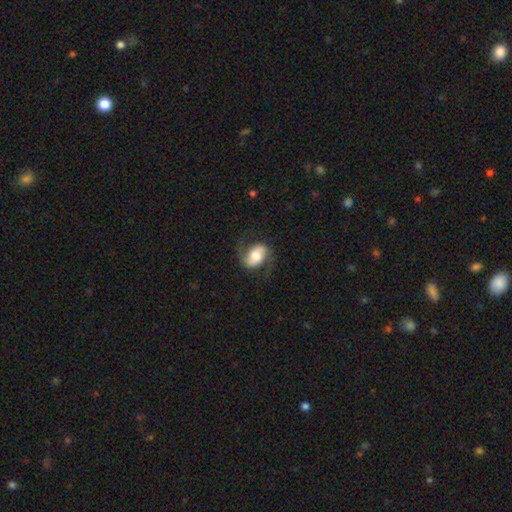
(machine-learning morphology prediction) A featured or disk galaxy (61%) with no bar (44%), 2 (87%) loose (48%) spiral arms (90%) and a moderate central bulge (46%). Merging: none (66%).